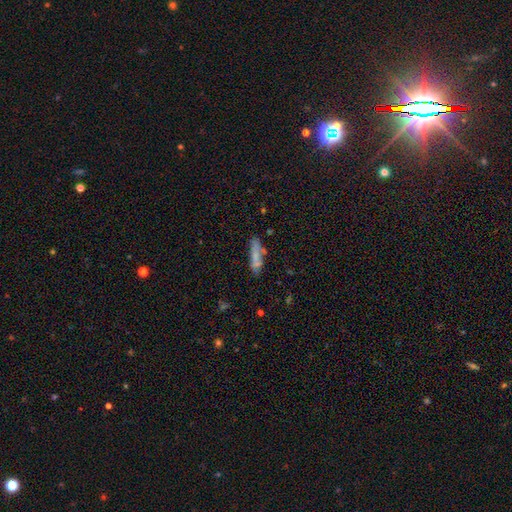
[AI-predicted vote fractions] Morphology: type=smooth (57%); roundness=cigar-shaped (72%); merging=none (70%).